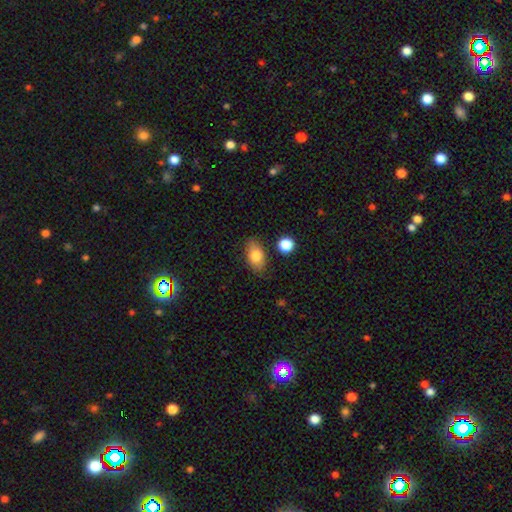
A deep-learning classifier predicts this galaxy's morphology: Overall: smooth (80%). How rounded: in between (87%). Merging: none (78%).